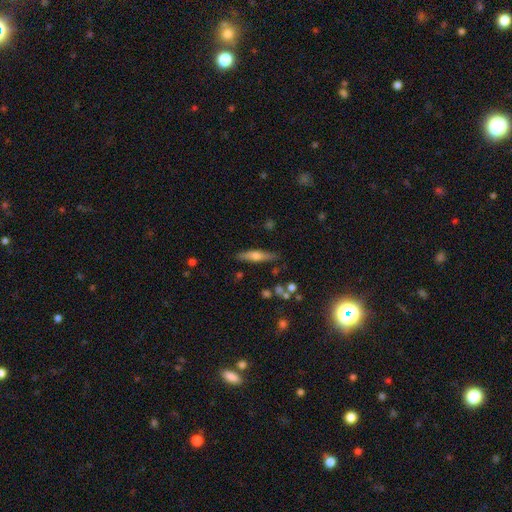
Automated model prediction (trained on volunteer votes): A smooth galaxy with no disk features (48%). Merging: none (85%).